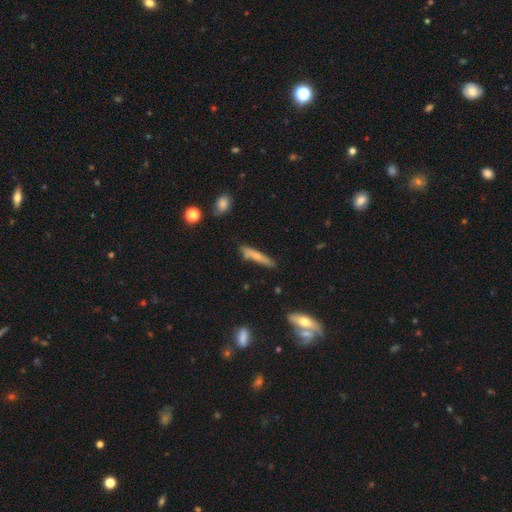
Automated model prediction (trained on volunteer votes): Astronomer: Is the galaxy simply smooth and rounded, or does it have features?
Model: smooth — 66%.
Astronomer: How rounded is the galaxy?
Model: cigar-shaped — 90%.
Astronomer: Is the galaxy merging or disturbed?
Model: none — 75%.